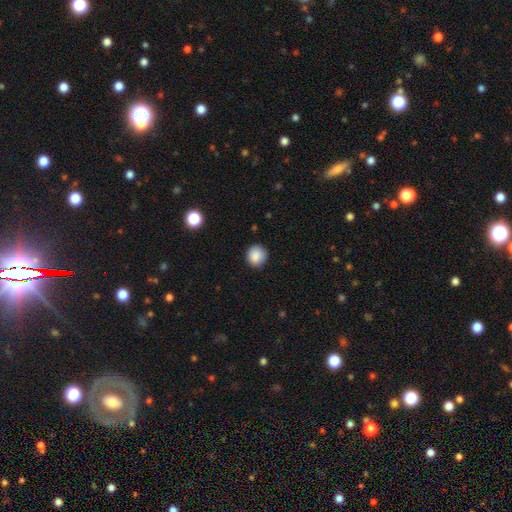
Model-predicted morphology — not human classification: Overall: smooth (88%). How rounded: round (89%). Merging: none (87%).